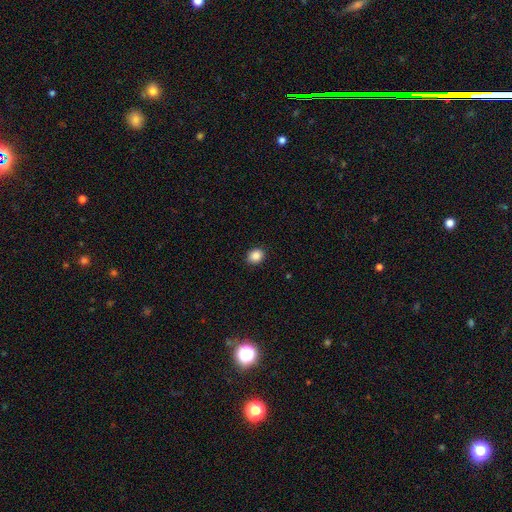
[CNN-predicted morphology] type=smooth (88%); roundness=round (61%); merging=none (90%).